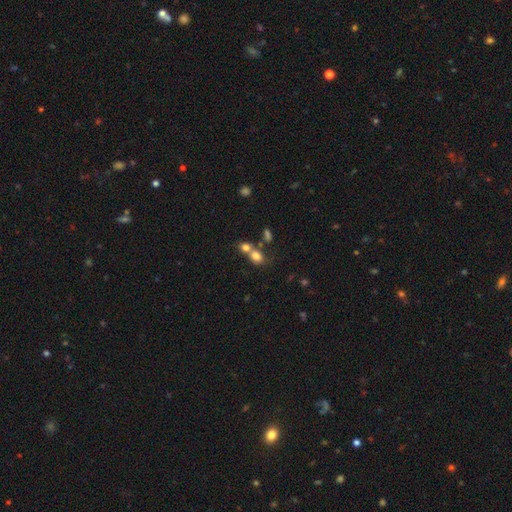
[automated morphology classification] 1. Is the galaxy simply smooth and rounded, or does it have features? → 77% smooth, 12% star or artifact, 11% featured or disk.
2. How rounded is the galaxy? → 49% round (tied), 49% in between (tied), 2% cigar-shaped.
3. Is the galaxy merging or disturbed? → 52% merger, 34% none, 8% minor disturbance, 5% major disturbance.